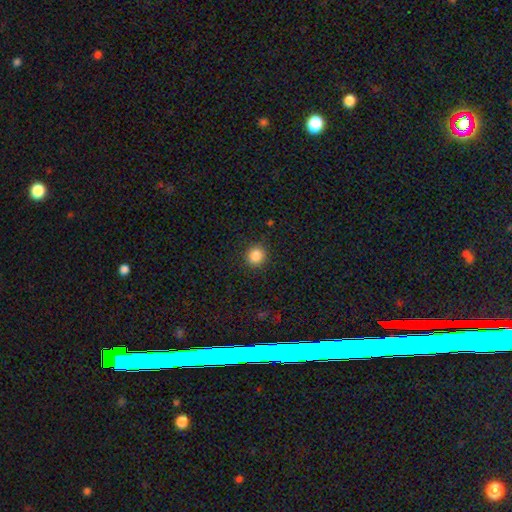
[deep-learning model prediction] Overall: smooth (86%). How rounded: round (89%). Merging: none (91%).